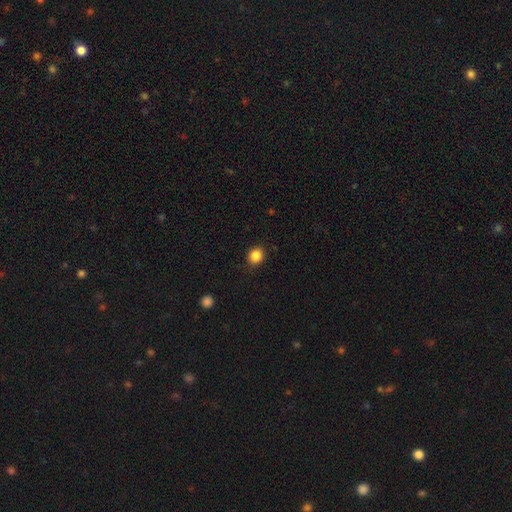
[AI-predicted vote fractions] Smooth or featured? smooth (86%)
How rounded? round (78%)
Merging? none (89%)